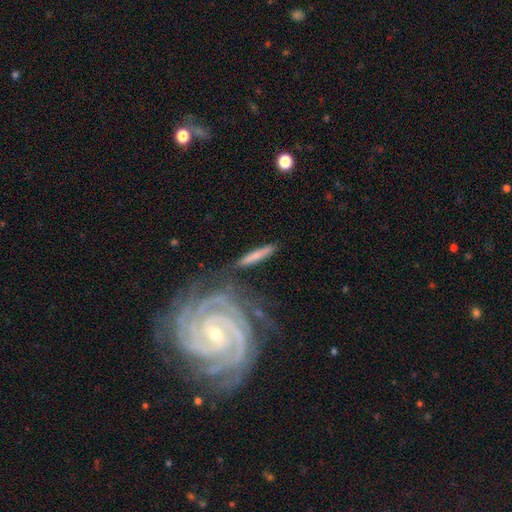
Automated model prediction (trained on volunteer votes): Q: Smooth or featured?
A: smooth (61%); runner-up: featured or disk (33%)
Q: How rounded?
A: cigar-shaped (90%); runner-up: in between (8%)
Q: Merging?
A: none (76%); runner-up: minor disturbance (13%)